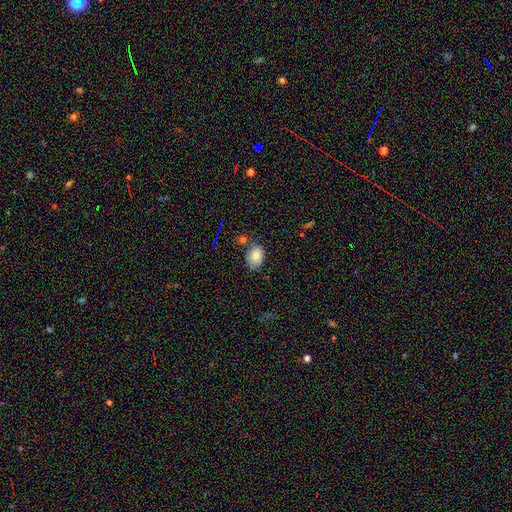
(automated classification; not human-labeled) Smooth or featured?
  - smooth: 81% *
  - featured or disk: 10%
  - star or artifact: 9%
How rounded?
  - in between: 82% *
  - round: 17%
  - cigar-shaped: 1%
Merging?
  - none: 68% *
  - minor disturbance: 20%
  - merger: 8%
  - major disturbance: 4%